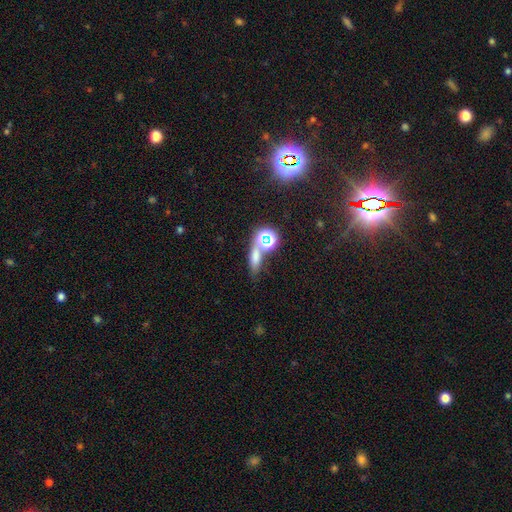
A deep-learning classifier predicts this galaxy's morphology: smooth 60%, star or artifact 28%, featured or disk 12%. Down the decision tree: how rounded — in between (44%); merging — none (59%).